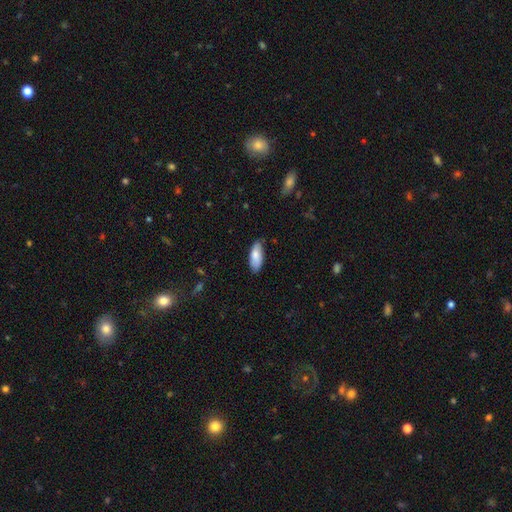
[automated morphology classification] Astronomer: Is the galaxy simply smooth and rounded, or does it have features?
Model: smooth — 82%.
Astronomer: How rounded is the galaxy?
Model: in between — 83%.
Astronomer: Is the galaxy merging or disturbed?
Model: none — 82%.